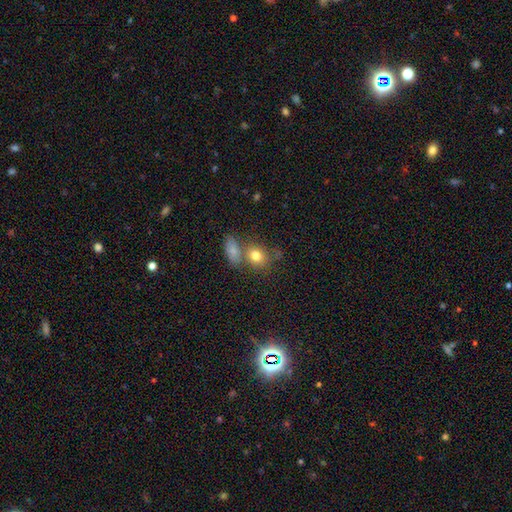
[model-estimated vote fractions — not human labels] Smooth or featured: smooth — 79% (featured or disk — 11%)
How rounded: round — 53% (in between — 45%)
Merging: none — 52% (merger — 31%)